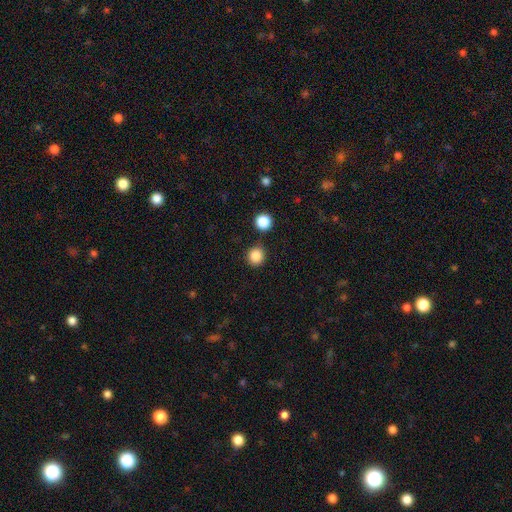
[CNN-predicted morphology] A smooth galaxy with no disk features (86%) that is round (92%).

Vote fractions:
- Smooth or featured? smooth: 86% / star or artifact: 11% / featured or disk: 4%
- How rounded? round: 92% / in between: 7% / cigar-shaped: 1%
- Merging? none: 86% / minor disturbance: 7% / merger: 5% / major disturbance: 2%